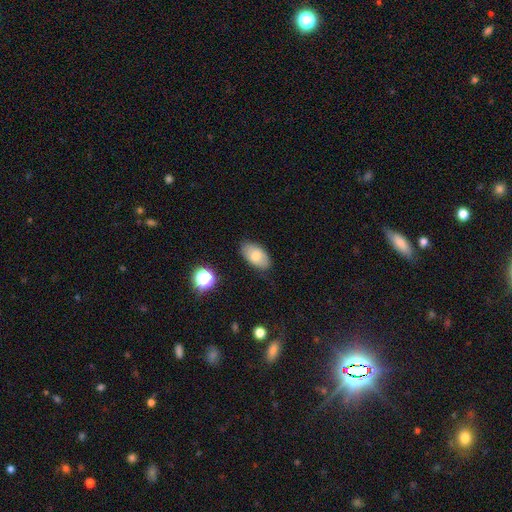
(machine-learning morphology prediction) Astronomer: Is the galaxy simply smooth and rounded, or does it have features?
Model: smooth — 77%.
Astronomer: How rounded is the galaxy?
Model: in between — 93%.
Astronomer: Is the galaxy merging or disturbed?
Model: none — 83%.